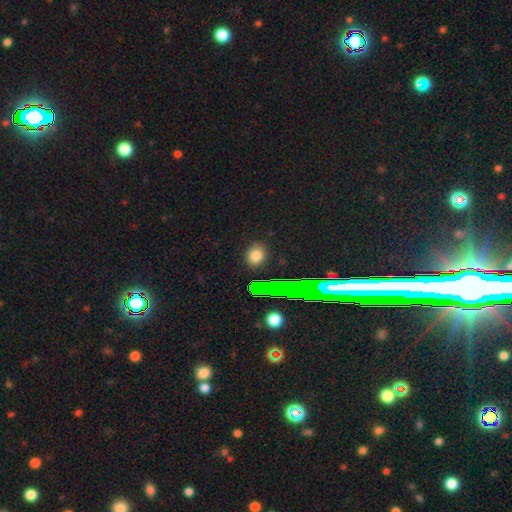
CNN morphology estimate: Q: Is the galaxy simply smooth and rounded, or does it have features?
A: smooth — 78%.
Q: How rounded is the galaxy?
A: round — 63%.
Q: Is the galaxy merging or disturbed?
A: none — 88%.